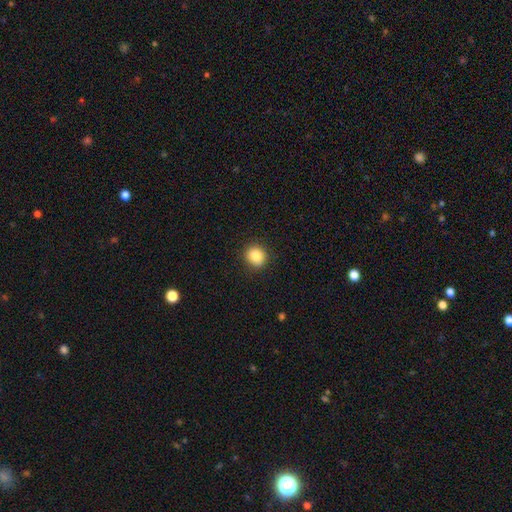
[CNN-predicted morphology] Smooth or featured?
  - smooth: 85% *
  - star or artifact: 10%
  - featured or disk: 5%
How rounded?
  - round: 82% *
  - in between: 17%
  - cigar-shaped: 1%
Merging?
  - none: 89% *
  - minor disturbance: 8%
  - major disturbance: 2%
  - merger: 1%